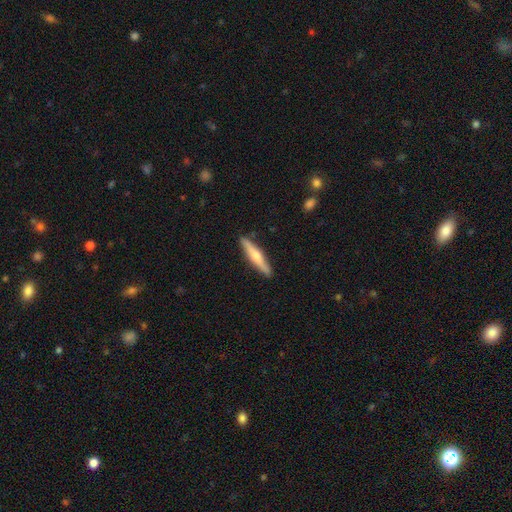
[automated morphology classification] This appears to be a featured or disk galaxy (49%). Merging: none (89%).